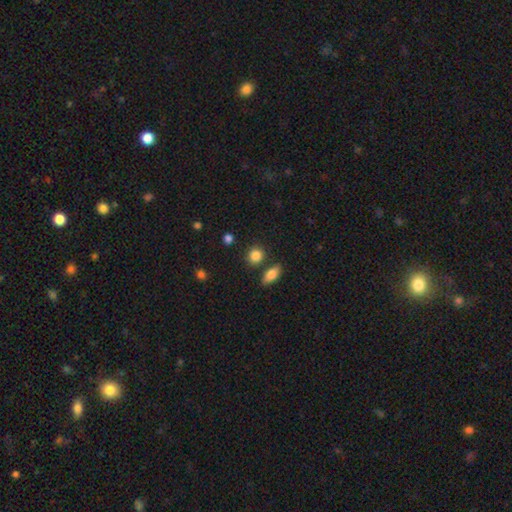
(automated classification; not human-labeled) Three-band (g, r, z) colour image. It shows a smooth galaxy with no disk features (86%) that is round (71%). Merging: none (78%).